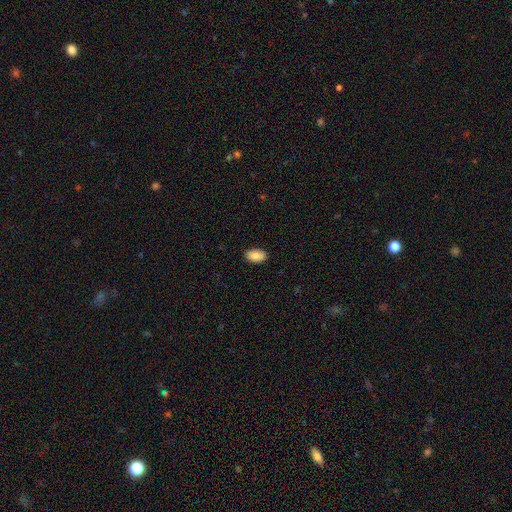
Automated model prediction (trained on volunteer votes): A smooth galaxy with no disk features (84%) that is in between round and cigar-shaped (93%). Merging: none (89%).